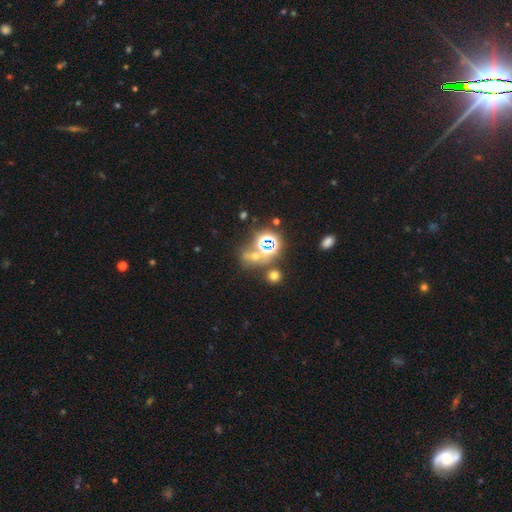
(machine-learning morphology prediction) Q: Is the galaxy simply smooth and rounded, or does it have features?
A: star or artifact — 54%.